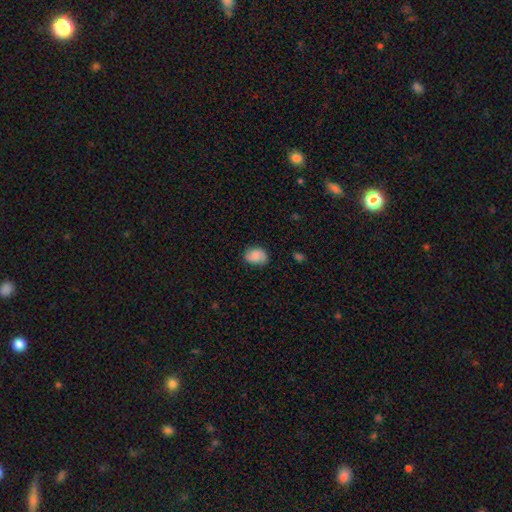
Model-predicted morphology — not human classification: Smooth or featured?
  - smooth: 86% *
  - star or artifact: 7%
  - featured or disk: 7%
How rounded?
  - in between: 75% *
  - round: 24%
  - cigar-shaped: 1%
Merging?
  - none: 72% *
  - minor disturbance: 22%
  - major disturbance: 4%
  - merger: 1%